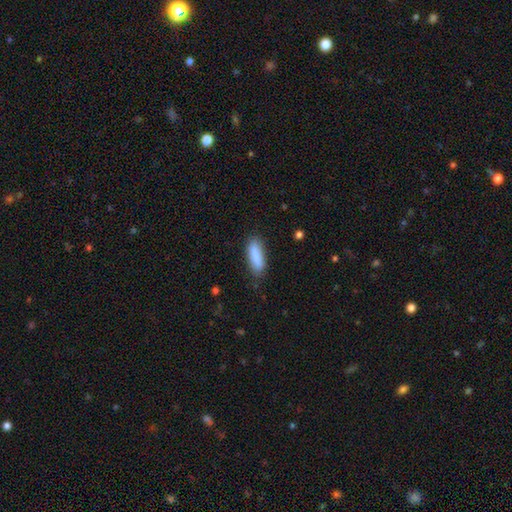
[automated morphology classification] Q: Smooth or featured?
A: smooth (88%); runner-up: star or artifact (6%)
Q: How rounded?
A: in between (57%); runner-up: cigar-shaped (41%)
Q: Merging?
A: none (81%); runner-up: minor disturbance (14%)